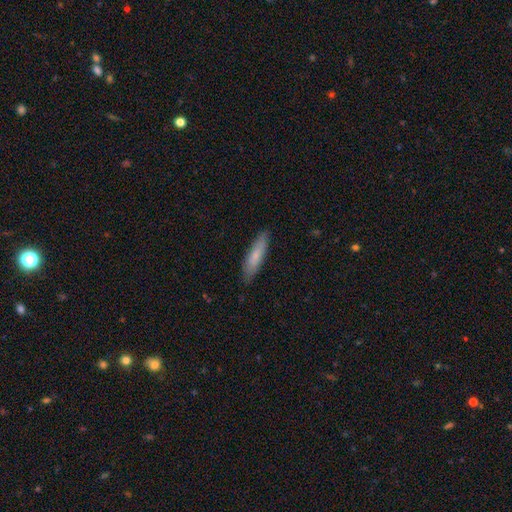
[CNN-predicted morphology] Smooth or featured? smooth (76%)
How rounded? cigar-shaped (75%)
Merging? none (86%)